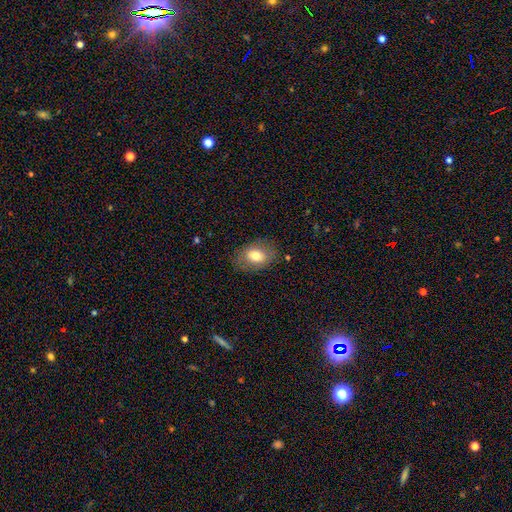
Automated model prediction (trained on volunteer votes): Smooth or featured? Predicted: smooth (p=0.73). How rounded? Predicted: in between (p=0.80). Merging? Predicted: none (p=0.78).